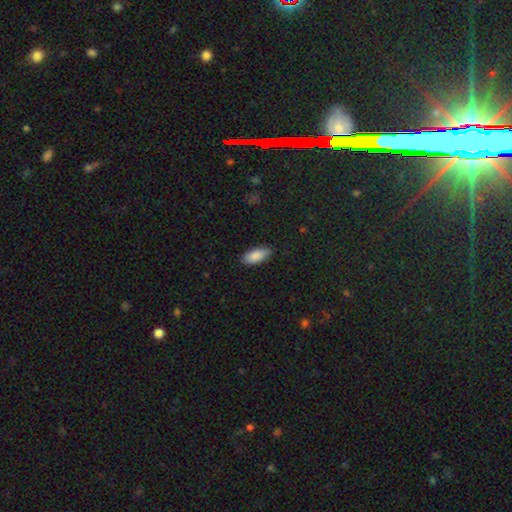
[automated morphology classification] The model was most divided on "merging": none: 85%, minor disturbance: 12%, major disturbance: 2%, merger: 1%. More confident: how rounded — in between (88%); smooth or featured — smooth (88%).